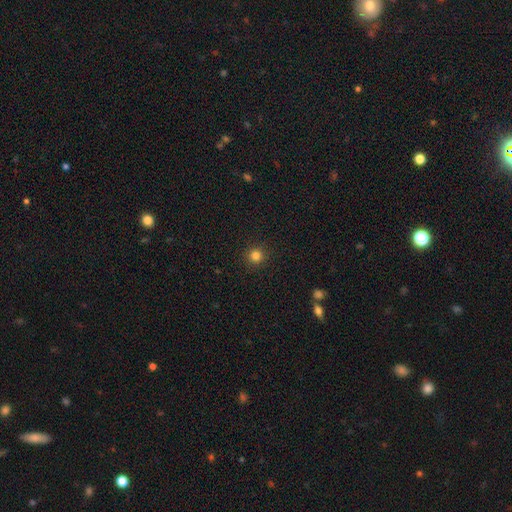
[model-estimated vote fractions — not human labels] Smooth or featured? Predicted: smooth (p=0.82). How rounded? Predicted: round (p=0.94). Merging? Predicted: none (p=0.92).